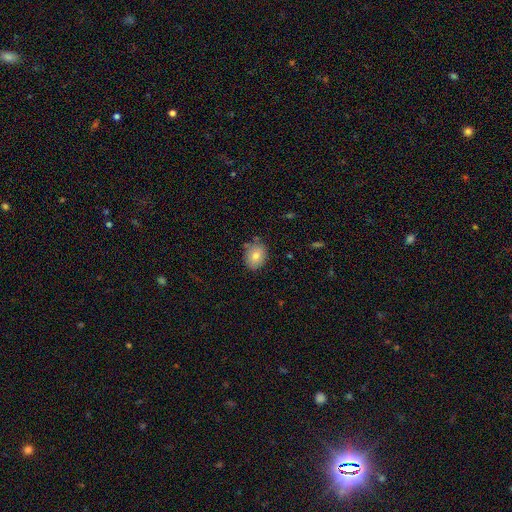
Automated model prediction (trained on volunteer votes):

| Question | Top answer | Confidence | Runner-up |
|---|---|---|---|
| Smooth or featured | smooth | 78% | featured or disk (13%) |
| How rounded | in between | 53% | round (46%) |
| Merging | none | 80% | minor disturbance (15%) |